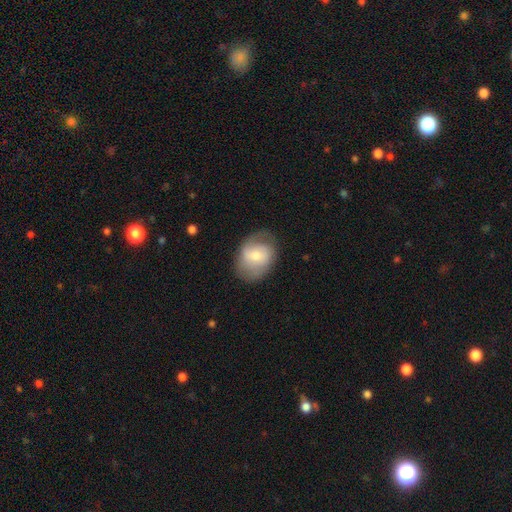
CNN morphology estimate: A smooth galaxy with no disk features (50%) that is in between round and cigar-shaped (65%).

Vote fractions:
- Smooth or featured? smooth: 50% / featured or disk: 42% / star or artifact: 7%
- How rounded? in between: 65% / round: 34% / cigar-shaped: 1%
- Merging? none: 68% / minor disturbance: 21% / major disturbance: 10% / merger: 1%